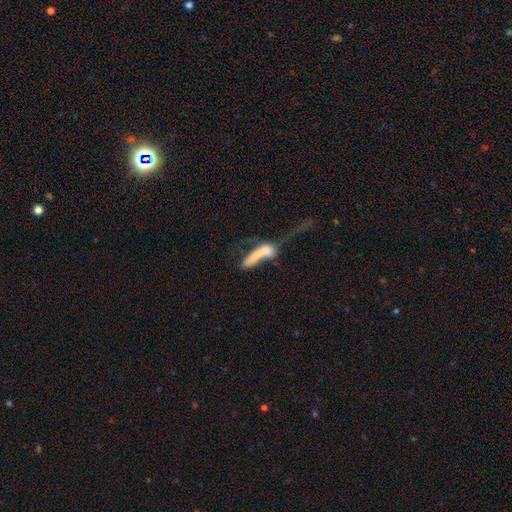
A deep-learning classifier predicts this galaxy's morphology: This appears to be a smooth galaxy with no disk features (59%) that is in between round and cigar-shaped (47%). Merging: merger (62%).